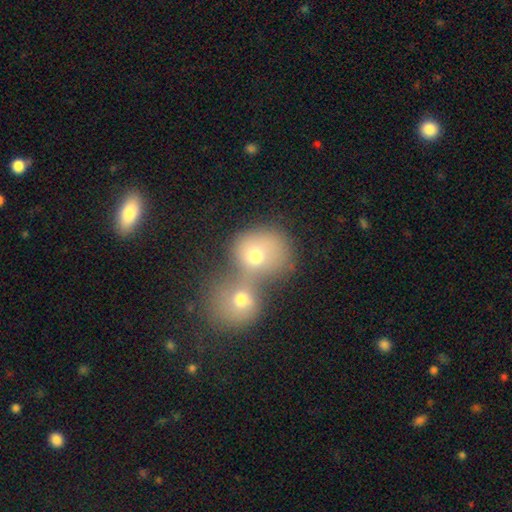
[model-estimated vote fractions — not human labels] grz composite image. It shows a smooth galaxy with no disk features (69%) that is round (76%). Merging: merger (70%).